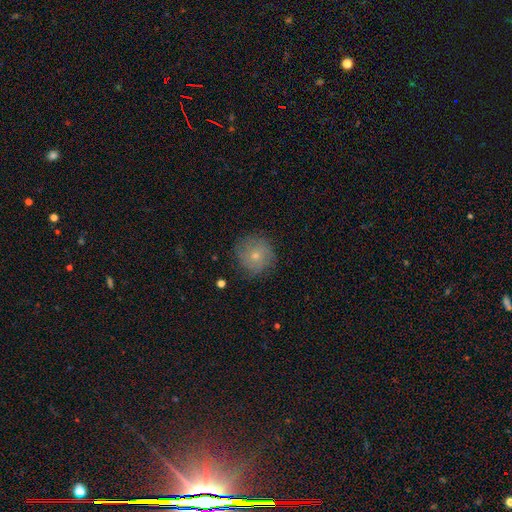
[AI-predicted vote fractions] Morphology: type=smooth (62%); roundness=round (93%); merging=none (79%).